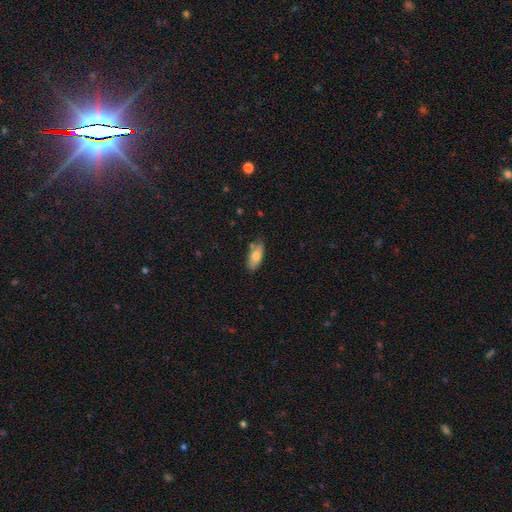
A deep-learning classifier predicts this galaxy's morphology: Smooth or featured? Predicted: smooth (p=0.78). How rounded? Predicted: in between (p=0.77). Merging? Predicted: none (p=0.75).